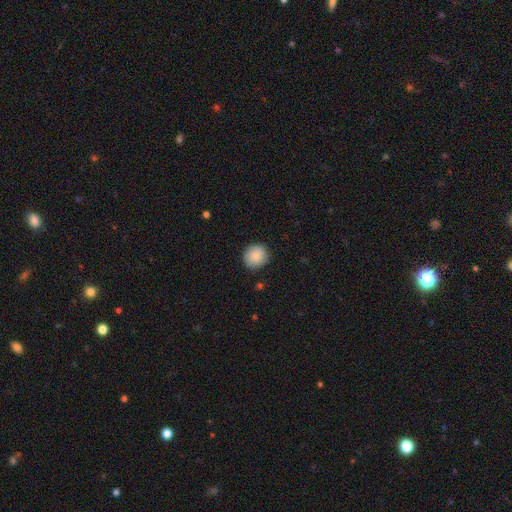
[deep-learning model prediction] Smooth or featured? Predicted: smooth (p=0.86). How rounded? Predicted: round (p=0.86). Merging? Predicted: none (p=0.88).